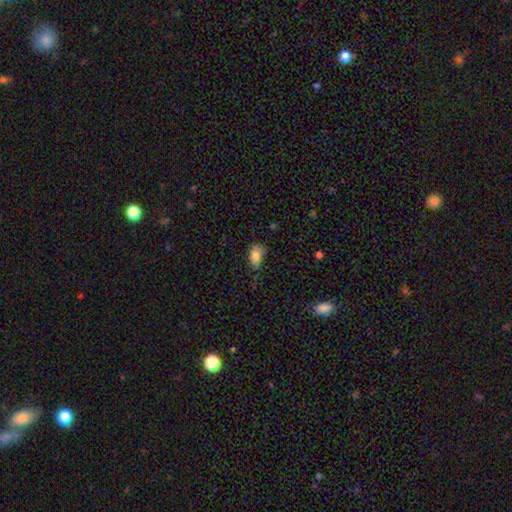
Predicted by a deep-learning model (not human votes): Smooth or featured?
  - smooth: 83% *
  - star or artifact: 9%
  - featured or disk: 9%
How rounded?
  - in between: 89% *
  - round: 9%
  - cigar-shaped: 2%
Merging?
  - none: 62% *
  - minor disturbance: 30%
  - major disturbance: 6%
  - merger: 2%